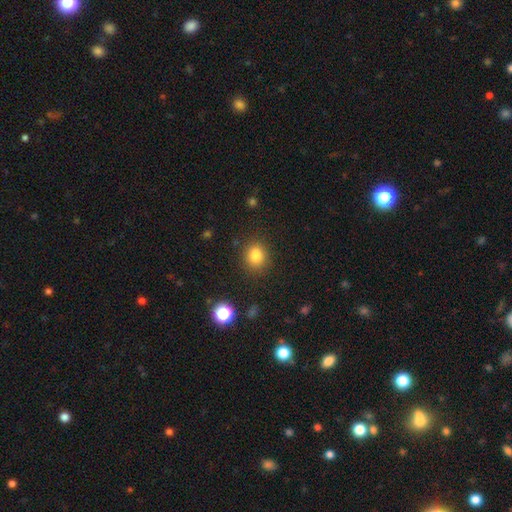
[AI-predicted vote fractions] This is clearly a smooth galaxy (83%). How rounded: likely round (71%). Merging: clearly none (82%).